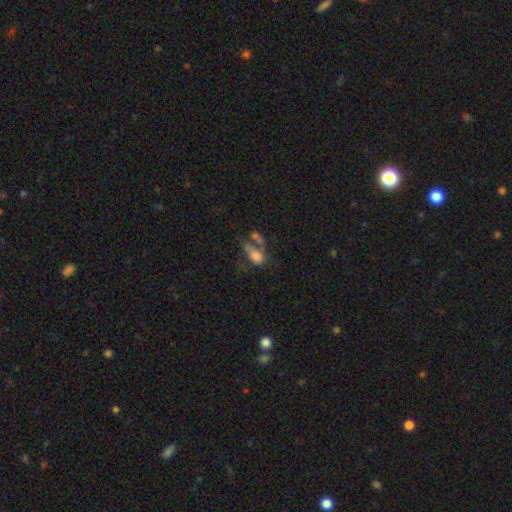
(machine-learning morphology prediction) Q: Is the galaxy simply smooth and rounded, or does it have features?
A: smooth — 65%.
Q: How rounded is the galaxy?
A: in between — 82%.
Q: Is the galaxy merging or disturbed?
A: merger — 39%.